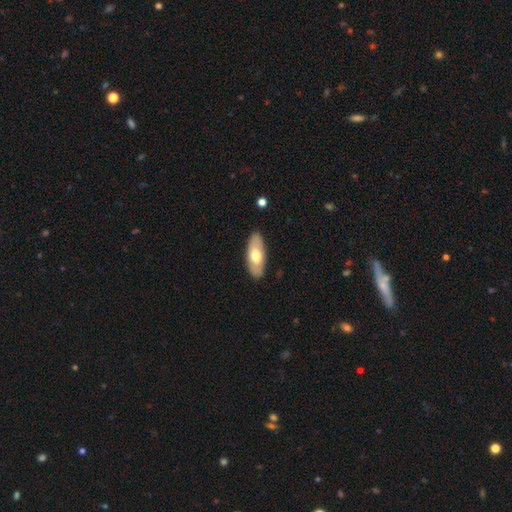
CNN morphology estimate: A smooth galaxy with no disk features (59%) that is in between round and cigar-shaped (84%).

Vote fractions:
- Smooth or featured? smooth: 59% / featured or disk: 36% / star or artifact: 5%
- How rounded? in between: 84% / cigar-shaped: 14% / round: 2%
- Merging? none: 87% / minor disturbance: 10% / major disturbance: 2% / merger: 1%